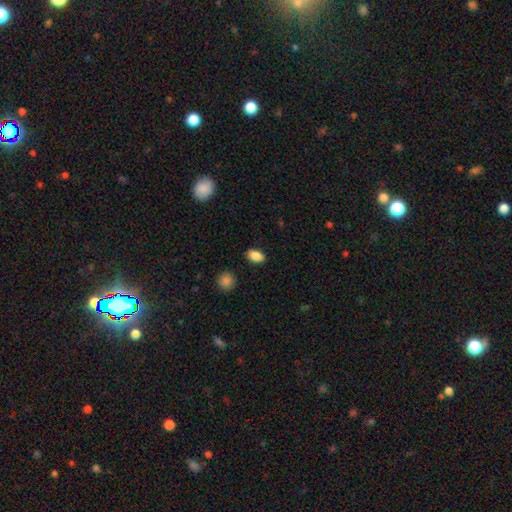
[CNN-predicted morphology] smooth_or_featured: smooth (p=0.88) [alt: star or artifact p=0.08]
how_rounded: in between (p=0.88) [alt: round p=0.10]
merging: none (p=0.87) [alt: minor disturbance p=0.09]